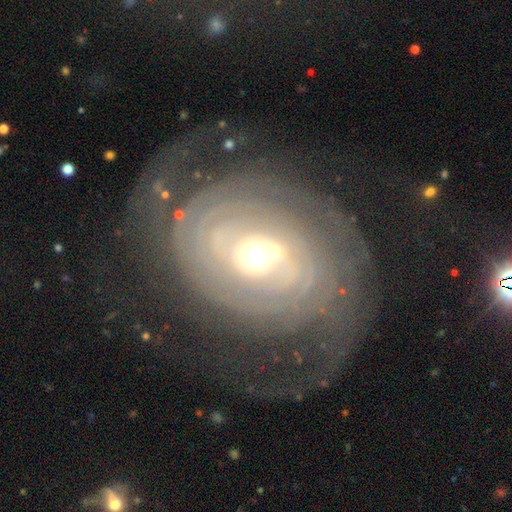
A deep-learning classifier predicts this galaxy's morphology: This appears to be a featured or disk galaxy (85%) with no bar (70%), tight (70%) spiral arms (90%) and a small central bulge (52%). Merging: none (58%).